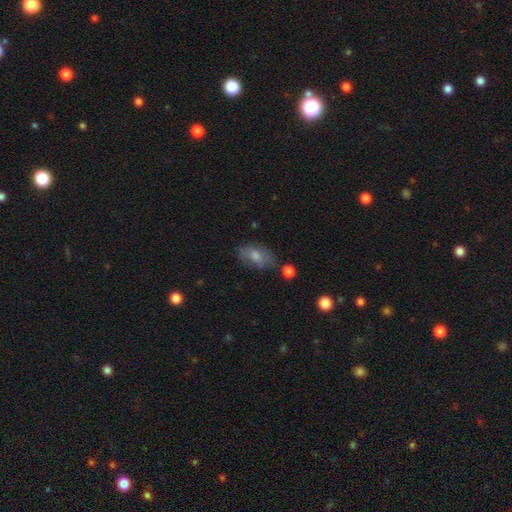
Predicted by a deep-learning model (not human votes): Smooth or featured?
  - smooth: 61% *
  - featured or disk: 27%
  - star or artifact: 12%
How rounded?
  - in between: 87% *
  - round: 9%
  - cigar-shaped: 4%
Merging?
  - none: 69% *
  - minor disturbance: 21%
  - major disturbance: 6%
  - merger: 4%